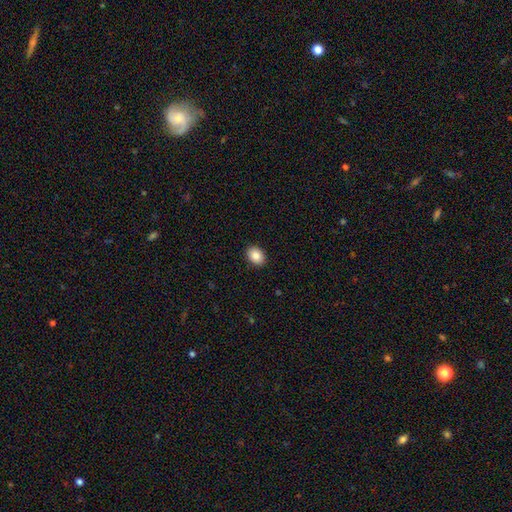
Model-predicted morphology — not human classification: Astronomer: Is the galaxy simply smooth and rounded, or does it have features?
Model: smooth — 87%.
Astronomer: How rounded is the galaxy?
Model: in between — 69%.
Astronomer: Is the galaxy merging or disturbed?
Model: none — 91%.